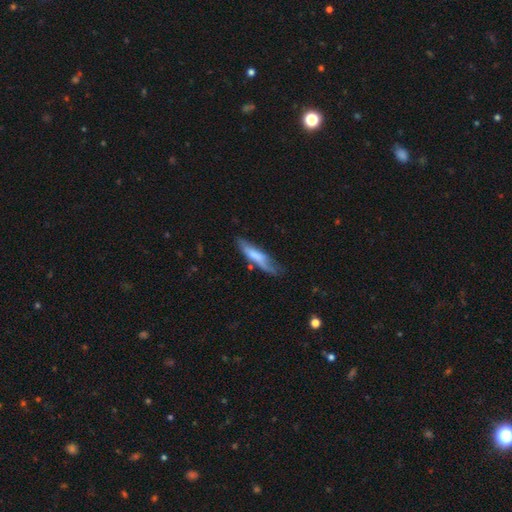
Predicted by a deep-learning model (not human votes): Morphology: type=smooth (60%); roundness=cigar-shaped (79%); merging=none (55%).